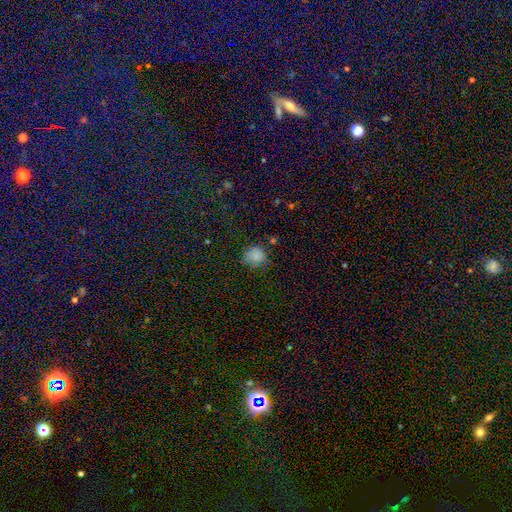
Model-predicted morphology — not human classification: Smooth or featured? Predicted: smooth (p=0.83). How rounded? Predicted: round (p=0.85). Merging? Predicted: none (p=0.72).